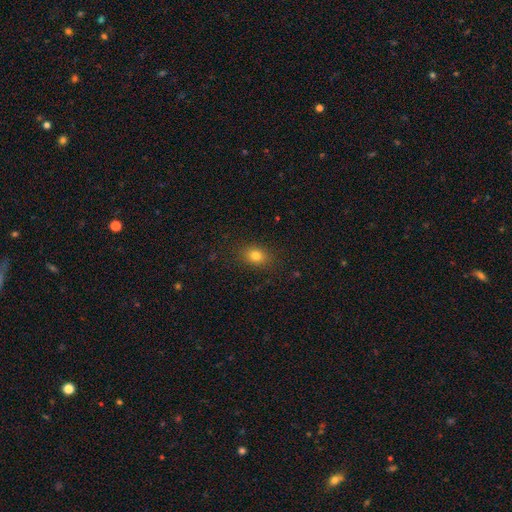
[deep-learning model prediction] Q: Smooth or featured?
A: smooth (80%); runner-up: star or artifact (12%)
Q: How rounded?
A: in between (61%); runner-up: round (37%)
Q: Merging?
A: none (86%); runner-up: minor disturbance (10%)